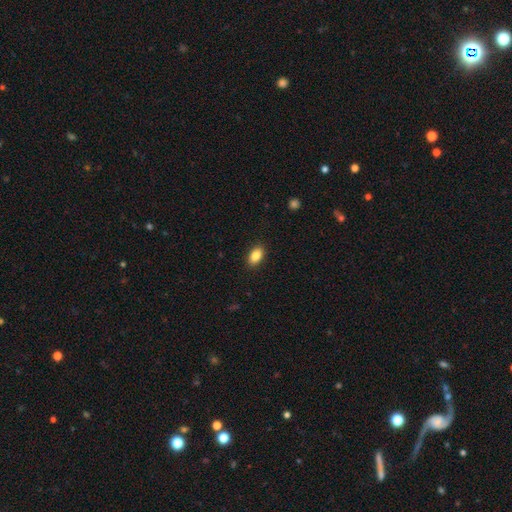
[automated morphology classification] This appears to be a smooth galaxy with no disk features (86%) that is in between round and cigar-shaped (90%). Merging: none (89%).